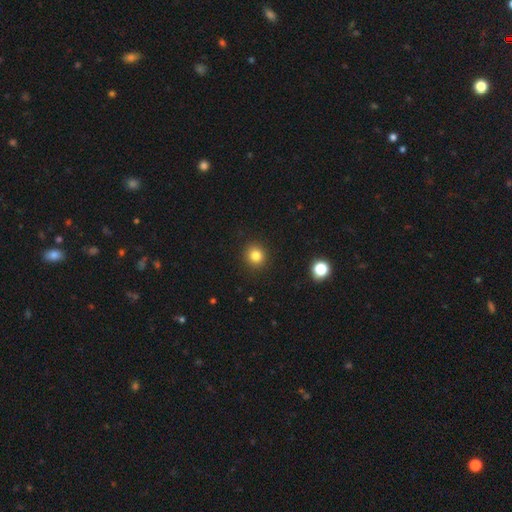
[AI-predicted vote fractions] This is clearly a smooth galaxy (82%). How rounded: clearly round (87%). Merging: clearly none (92%).